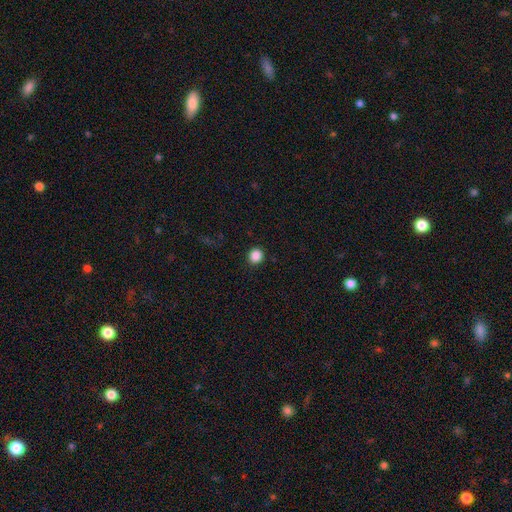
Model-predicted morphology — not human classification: smooth-or-featured: smooth: 87% | star or artifact: 10% | featured or disk: 3%
  how-rounded: round: 90% | in between: 9% | cigar-shaped: 1%
  merging: none: 92% | minor disturbance: 5% | major disturbance: 2% | merger: 1%